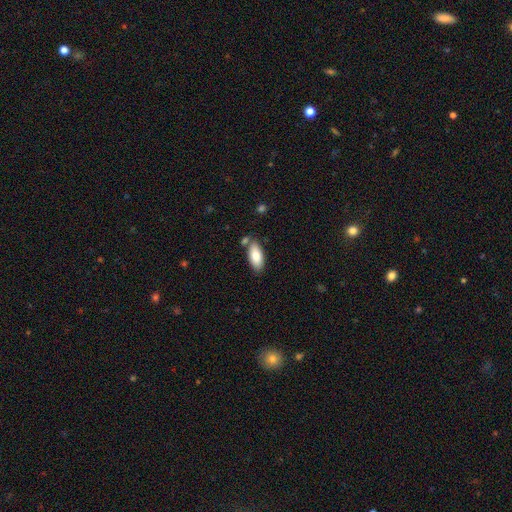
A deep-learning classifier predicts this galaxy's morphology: Smooth or featured? Predicted: smooth (p=0.81). How rounded? Predicted: in between (p=0.89). Merging? Predicted: none (p=0.75).